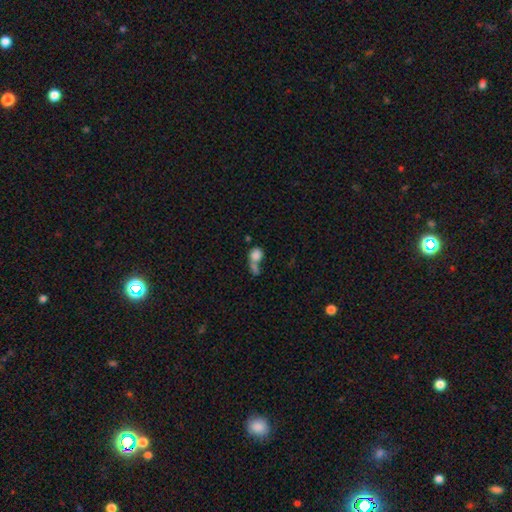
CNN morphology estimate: A smooth galaxy with no disk features (78%) that is round (64%).

Vote fractions:
- Smooth or featured? smooth: 78% / featured or disk: 12% / star or artifact: 10%
- How rounded? round: 64% / in between: 34% / cigar-shaped: 3%
- Merging? merger: 57% / none: 23% / major disturbance: 11% / minor disturbance: 9%